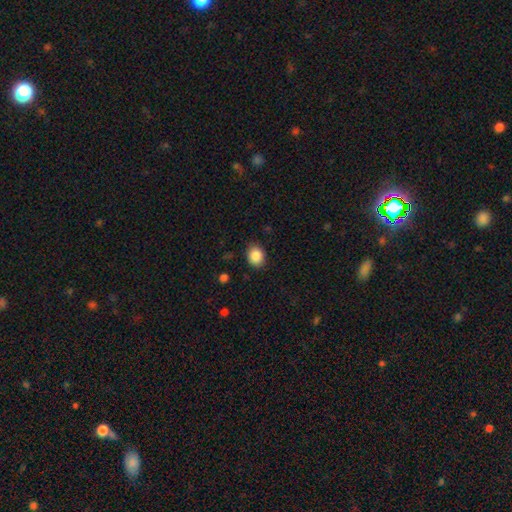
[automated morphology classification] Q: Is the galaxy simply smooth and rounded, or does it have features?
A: smooth — 88%.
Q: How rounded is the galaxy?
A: round — 57%.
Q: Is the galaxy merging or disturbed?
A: none — 86%.